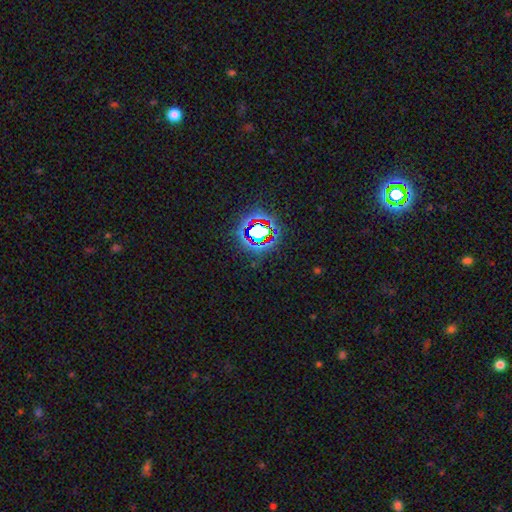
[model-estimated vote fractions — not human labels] A star or artifact, not a galaxy (78%).